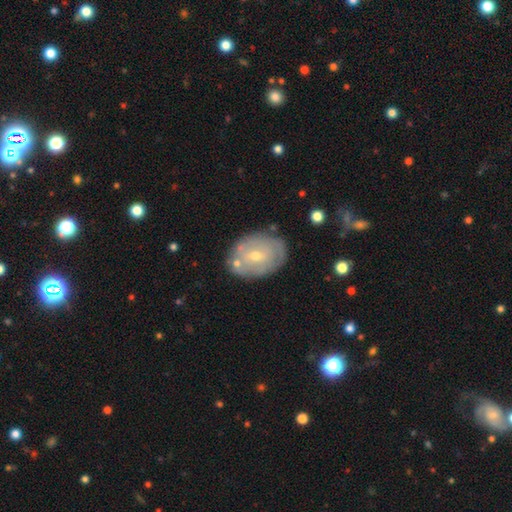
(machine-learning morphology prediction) Smooth or featured?
  - featured or disk: 58% *
  - smooth: 34%
  - star or artifact: 7%
Edge-on disk?
  - no: 94% *
  - yes: 6%
Bar?
  - no: 72% *
  - weak: 23%
  - strong: 5%
Spiral arms?
  - no: 52% *
  - yes: 48%
Bulge size?
  - small: 62% *
  - moderate: 35%
  - large: 1%
  - none: 1%
  - dominant: 1%
Merging?
  - none: 71% *
  - minor disturbance: 18%
  - merger: 6%
  - major disturbance: 5%